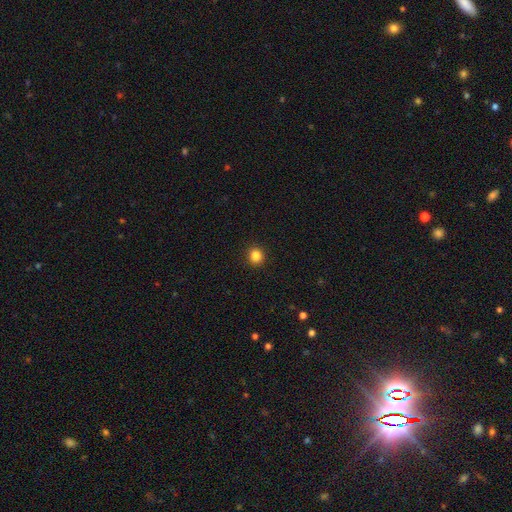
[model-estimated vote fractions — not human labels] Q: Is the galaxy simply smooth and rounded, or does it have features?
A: smooth — 85%.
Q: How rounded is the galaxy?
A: round — 88%.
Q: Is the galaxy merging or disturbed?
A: none — 92%.